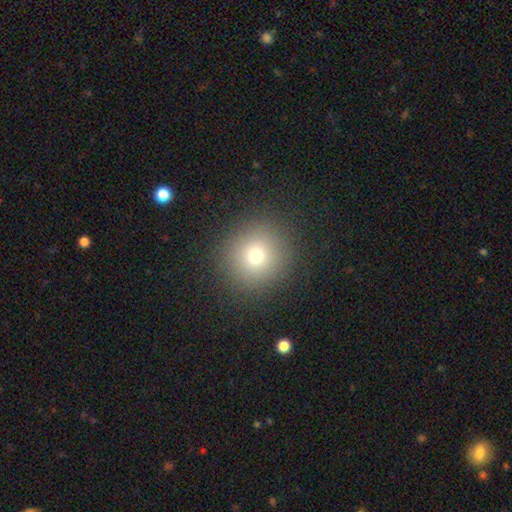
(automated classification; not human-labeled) Smooth or featured: smooth — 73% (star or artifact — 16%)
How rounded: round — 93% (in between — 6%)
Merging: none — 90% (minor disturbance — 6%)